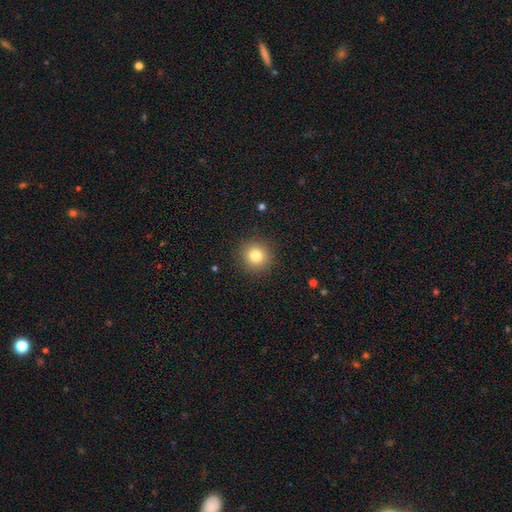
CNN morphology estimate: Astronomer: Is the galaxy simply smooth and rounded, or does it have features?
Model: smooth — 80%.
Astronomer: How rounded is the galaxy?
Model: round — 93%.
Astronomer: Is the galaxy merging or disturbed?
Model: none — 91%.